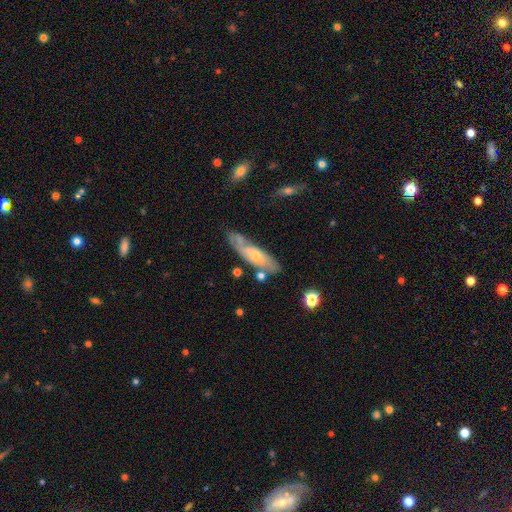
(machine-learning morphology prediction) type=featured or disk (54%); edge-on=no (69%); merging=none (59%).